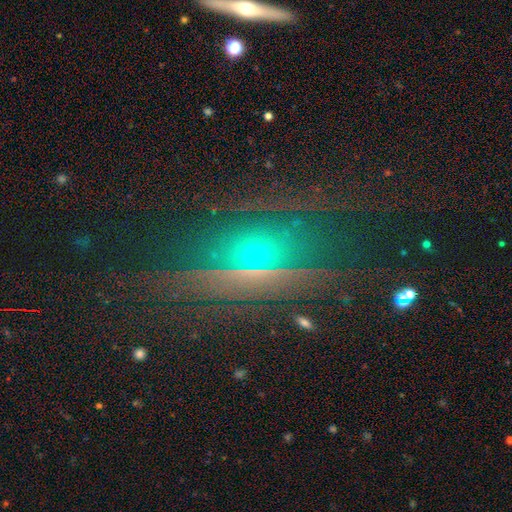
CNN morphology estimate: Smooth or featured? star or artifact (40%)